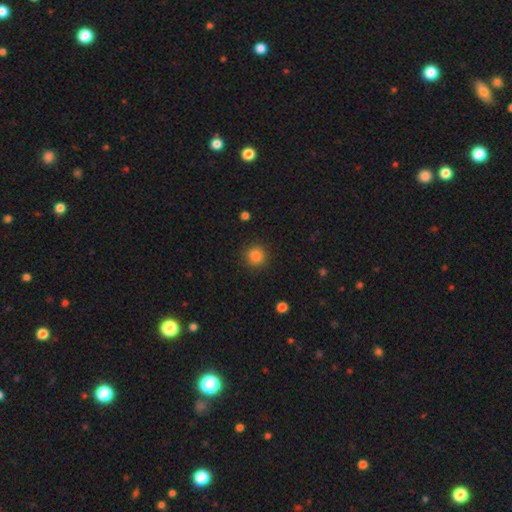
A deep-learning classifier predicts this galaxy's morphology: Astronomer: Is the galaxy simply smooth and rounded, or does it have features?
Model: smooth — 85%.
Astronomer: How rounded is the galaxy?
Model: round — 91%.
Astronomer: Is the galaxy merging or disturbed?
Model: none — 88%.